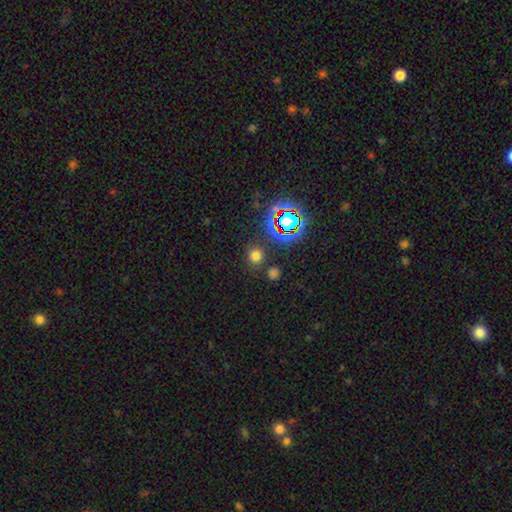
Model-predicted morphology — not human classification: smooth 68%, star or artifact 26%, featured or disk 6%. Down the decision tree: how rounded — round (88%); merging — none (83%).